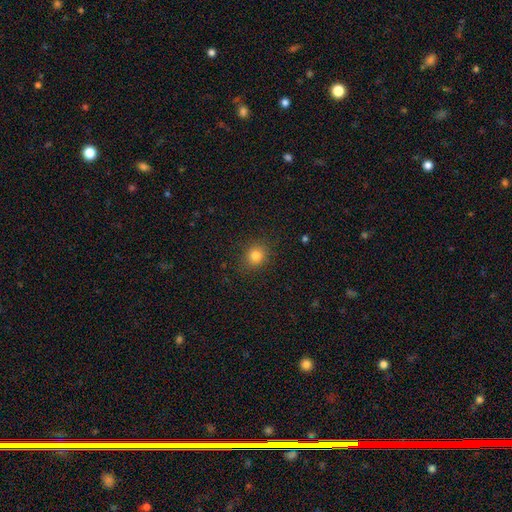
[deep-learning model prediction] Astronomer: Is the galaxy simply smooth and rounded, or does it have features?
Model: smooth — 81%.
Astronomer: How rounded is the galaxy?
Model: round — 78%.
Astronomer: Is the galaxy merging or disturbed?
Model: none — 87%.